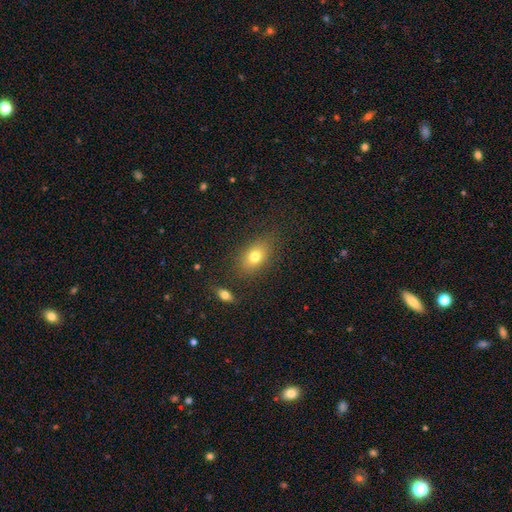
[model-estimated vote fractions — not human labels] Q: Smooth or featured?
A: smooth (70%); runner-up: star or artifact (20%)
Q: How rounded?
A: in between (72%); runner-up: round (26%)
Q: Merging?
A: none (83%); runner-up: minor disturbance (10%)